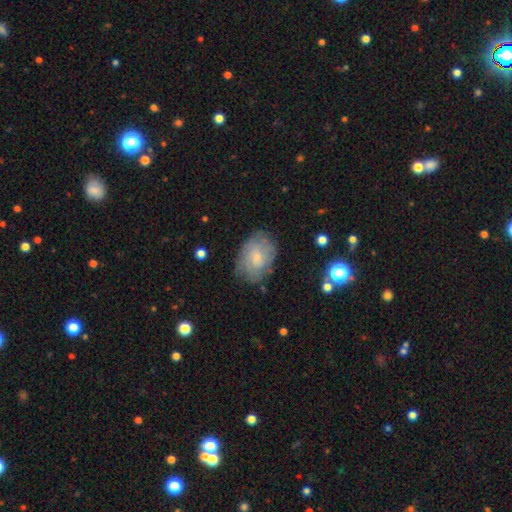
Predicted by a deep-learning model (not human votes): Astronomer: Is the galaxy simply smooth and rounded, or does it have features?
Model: smooth — 50% (runner-up: featured or disk, 42%).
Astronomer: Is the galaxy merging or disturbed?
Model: none — 73%.